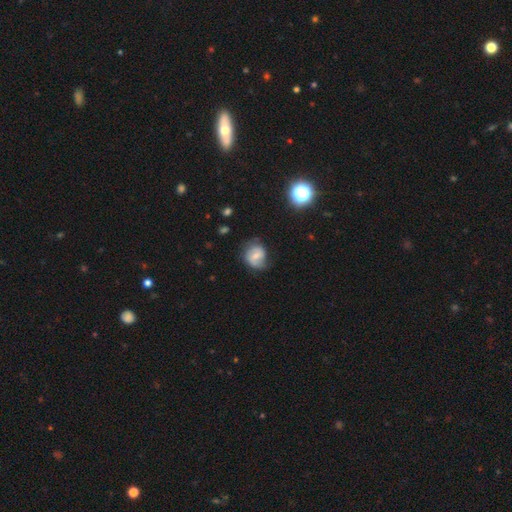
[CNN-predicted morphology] Q: Smooth or featured?
A: featured or disk (47%); runner-up: smooth (44%)
Q: Merging?
A: none (60%); runner-up: minor disturbance (28%)